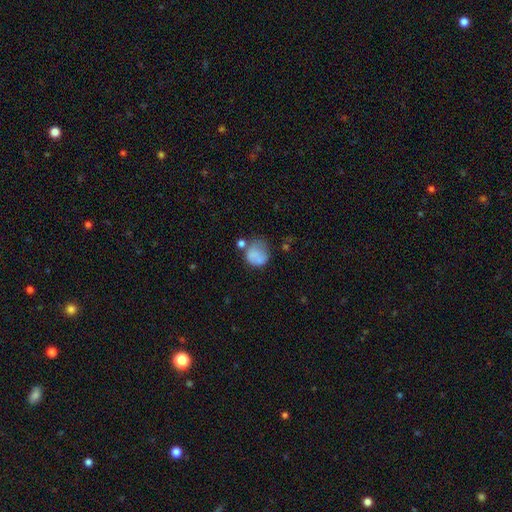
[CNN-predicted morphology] Smooth or featured?
  - smooth: 72% *
  - featured or disk: 17%
  - star or artifact: 10%
How rounded?
  - round: 71% *
  - in between: 28%
  - cigar-shaped: 1%
Merging?
  - none: 37% *
  - minor disturbance: 26%
  - major disturbance: 21%
  - merger: 16%